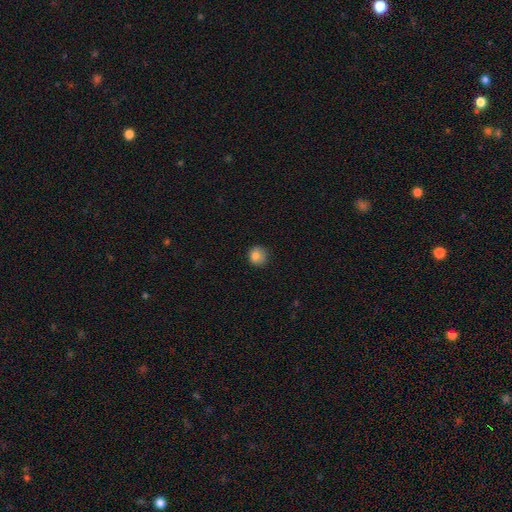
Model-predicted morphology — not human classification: Smooth or featured? smooth (82%)
How rounded? round (88%)
Merging? none (81%)